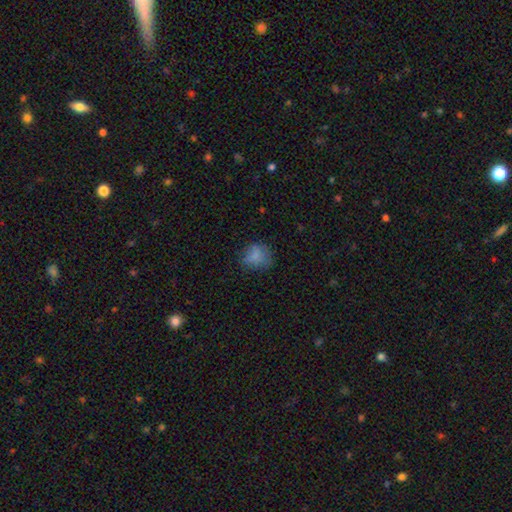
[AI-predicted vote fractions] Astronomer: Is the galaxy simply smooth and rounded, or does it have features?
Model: smooth — 78%.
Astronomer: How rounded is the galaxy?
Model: round — 70%.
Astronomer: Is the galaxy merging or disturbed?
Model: none — 65%.